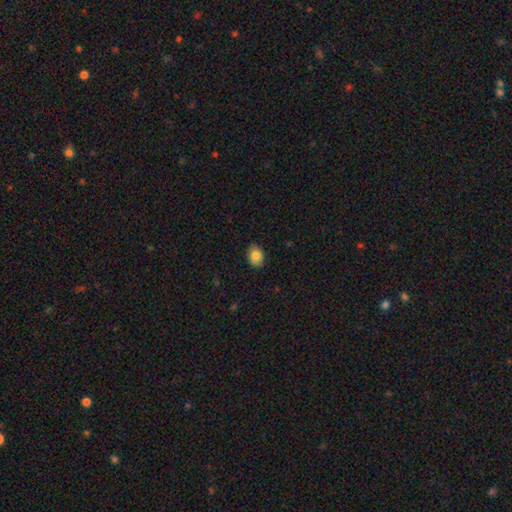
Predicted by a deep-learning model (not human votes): The model was most divided on "how rounded": in between: 67%, round: 32%, cigar-shaped: 1%. More confident: merging — none (87%); smooth or featured — smooth (84%).